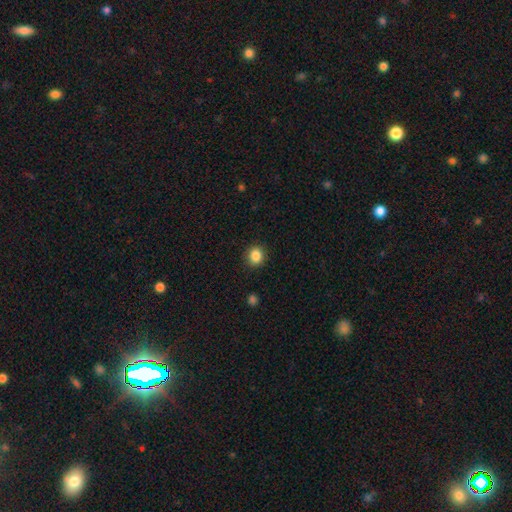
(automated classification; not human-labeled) Smooth or featured? Predicted: smooth (p=0.86). How rounded? Predicted: round (p=0.79). Merging? Predicted: none (p=0.89).